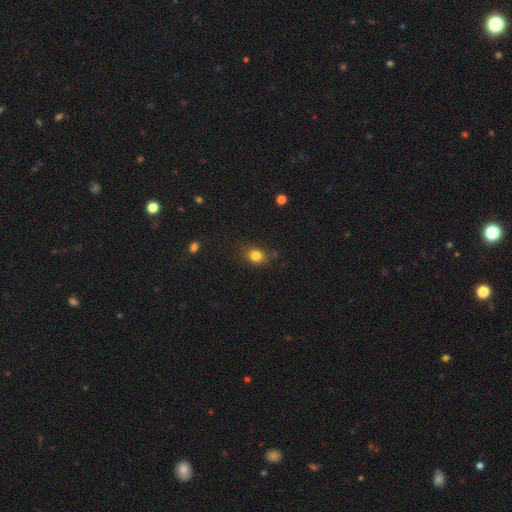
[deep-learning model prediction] This is clearly a smooth galaxy (82%). How rounded: possibly round (54%). Merging: likely none (79%).